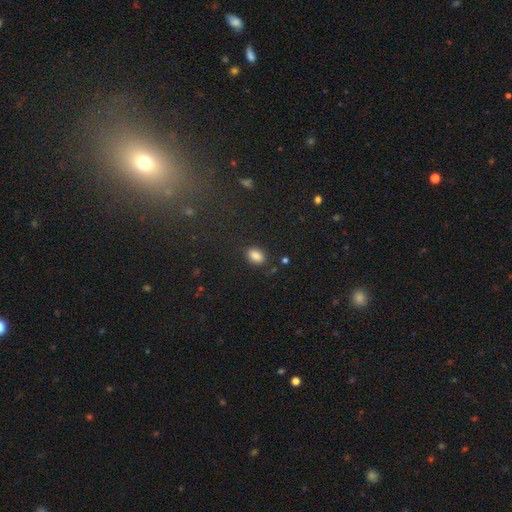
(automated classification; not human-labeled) A smooth galaxy with no disk features (85%) that is in between round and cigar-shaped (81%). Merging: none (83%).